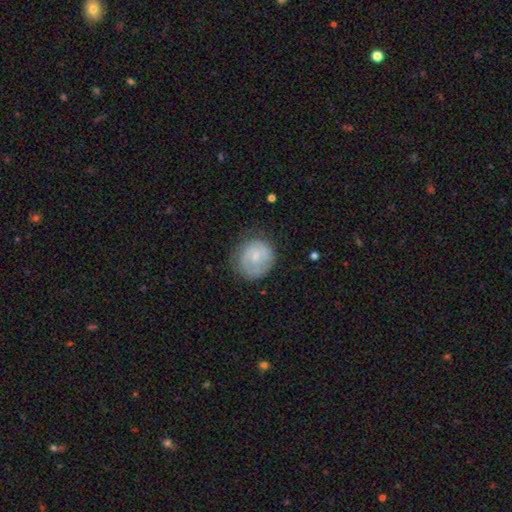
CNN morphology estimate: Overall: featured or disk (56%; smooth 38%). Edge-on disk: no (98%). Bar: no (48%; weak 45%). Spiral arms: yes (81%). Bulge size: small (54%; moderate 28%). Merging: none (72%).